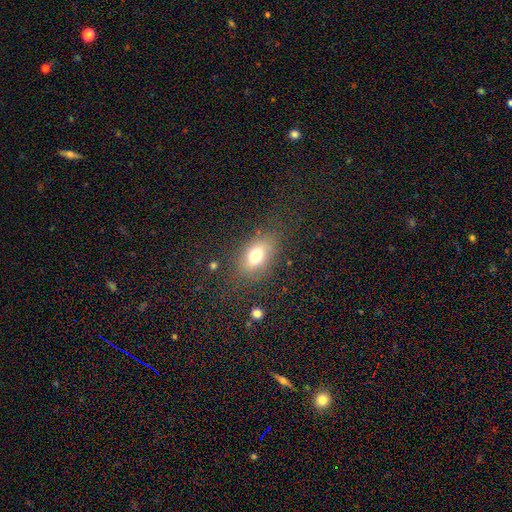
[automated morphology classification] Overall: smooth (74%). How rounded: in between (83%). Merging: none (75%).